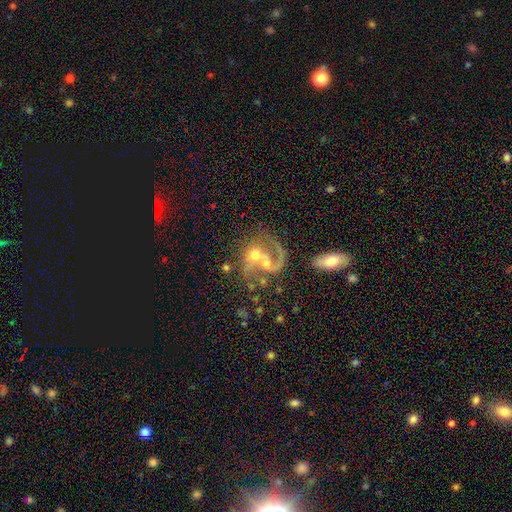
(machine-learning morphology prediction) smooth_or_featured: featured or disk (p=0.73) [alt: smooth p=0.18]
disk_edge_on: no (p=0.97) [alt: yes p=0.03]
bar: no (p=0.62) [alt: weak p=0.29]
has_spiral_arms: yes (p=0.81) [alt: no p=0.19]
spiral_winding: loose (p=0.50) [alt: medium p=0.39]
spiral_arm_count: 1 (p=0.47) [alt: 2 p=0.41]
bulge_size: moderate (p=0.55) [alt: small p=0.26]
merging: merger (p=0.46) [alt: none p=0.25]